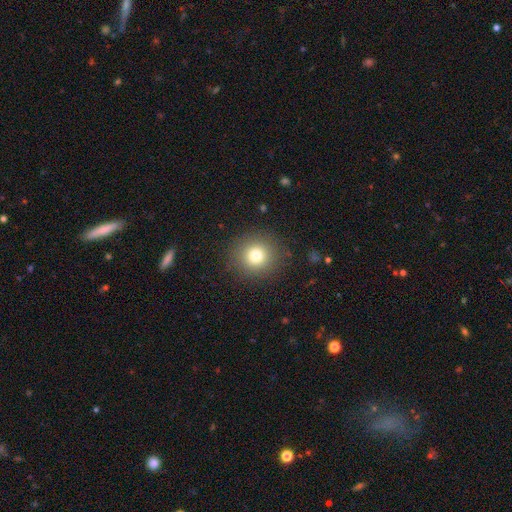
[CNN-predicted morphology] Q: Smooth or featured?
A: smooth (78%); runner-up: star or artifact (13%)
Q: How rounded?
A: round (93%); runner-up: in between (7%)
Q: Merging?
A: none (89%); runner-up: minor disturbance (7%)